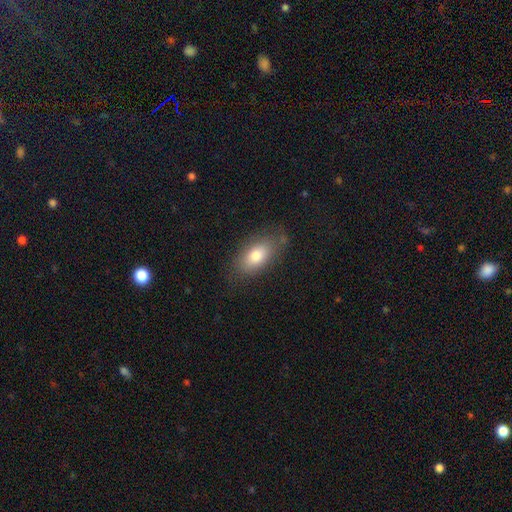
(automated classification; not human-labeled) Smooth or featured? Predicted: smooth (p=0.76). How rounded? Predicted: in between (p=0.89). Merging? Predicted: none (p=0.73).